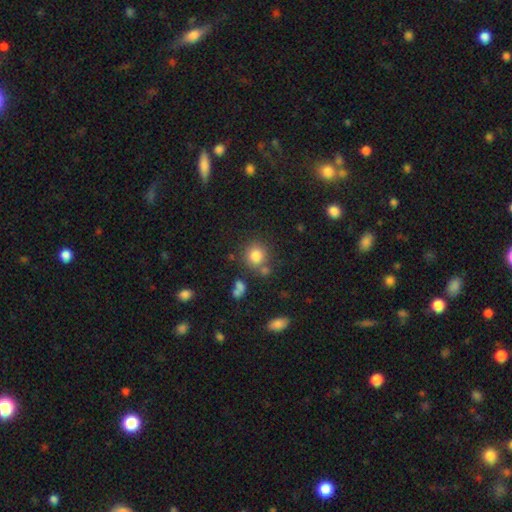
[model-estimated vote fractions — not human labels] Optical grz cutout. It shows a smooth galaxy with no disk features (81%) that is round (87%). Merging: none (71%).